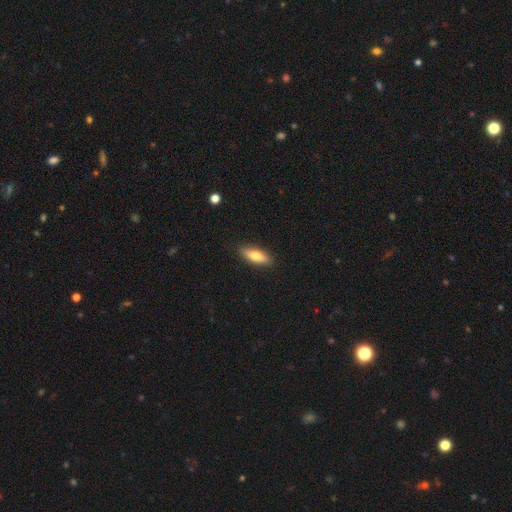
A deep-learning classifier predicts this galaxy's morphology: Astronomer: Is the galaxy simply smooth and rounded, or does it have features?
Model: smooth — 73%.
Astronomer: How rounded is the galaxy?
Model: in between — 60% (runner-up: cigar-shaped, 38%).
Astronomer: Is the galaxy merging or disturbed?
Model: none — 89%.